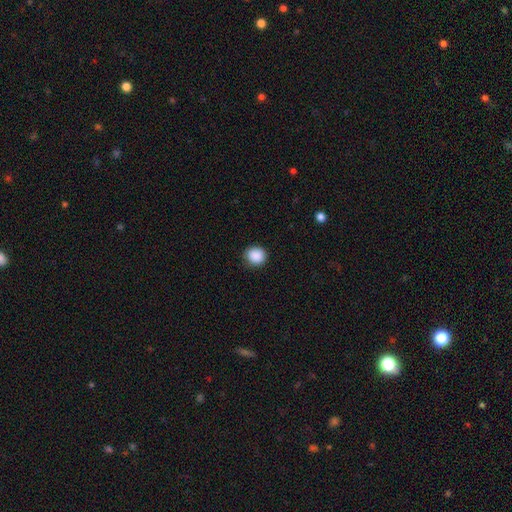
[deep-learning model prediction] Smooth or featured: smooth — 89% (star or artifact — 8%)
How rounded: round — 84% (in between — 15%)
Merging: none — 87% (minor disturbance — 10%)